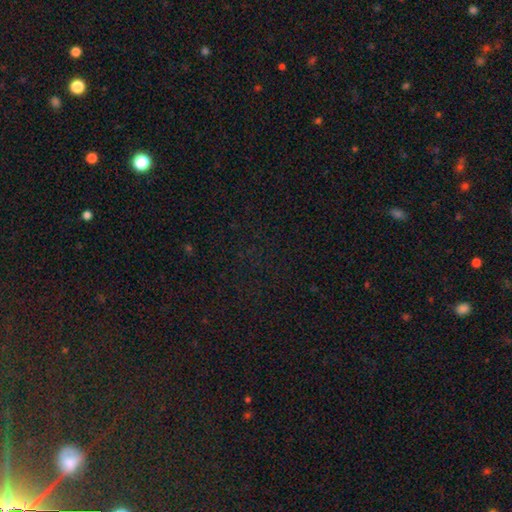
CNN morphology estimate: This appears to be a star or artifact, not a galaxy (81%).